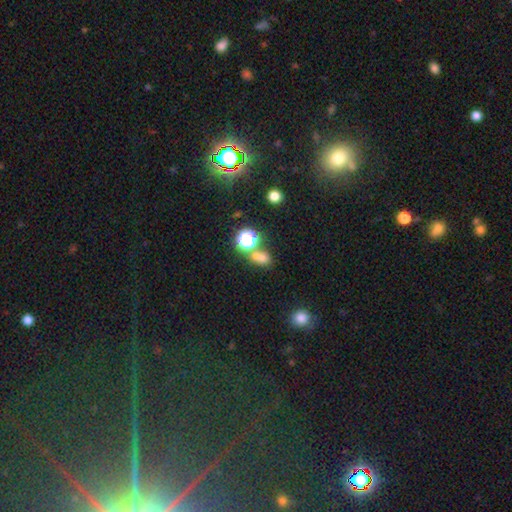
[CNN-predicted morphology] smooth 63%, star or artifact 28%, featured or disk 8%. Down the decision tree: how rounded — in between (50%); merging — none (51%).